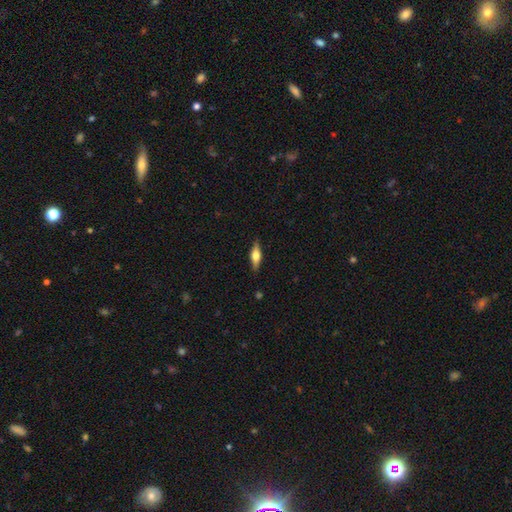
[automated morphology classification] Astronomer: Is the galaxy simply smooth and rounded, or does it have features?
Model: featured or disk — 55% (runner-up: smooth, 39%).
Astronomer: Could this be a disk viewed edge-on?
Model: yes — 94%.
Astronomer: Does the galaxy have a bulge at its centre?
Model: rounded — 90%.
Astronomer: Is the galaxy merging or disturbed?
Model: none — 87%.